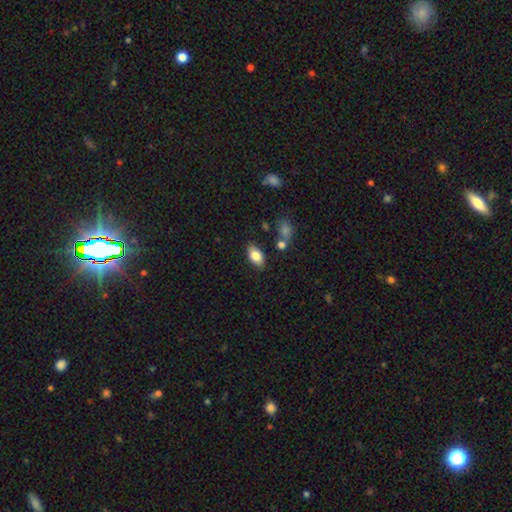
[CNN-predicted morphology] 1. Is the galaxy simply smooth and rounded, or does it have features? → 80% smooth, 12% featured or disk, 8% star or artifact.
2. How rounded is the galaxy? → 91% in between, 6% round, 3% cigar-shaped.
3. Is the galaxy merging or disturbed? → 81% none, 12% minor disturbance, 4% merger, 3% major disturbance.